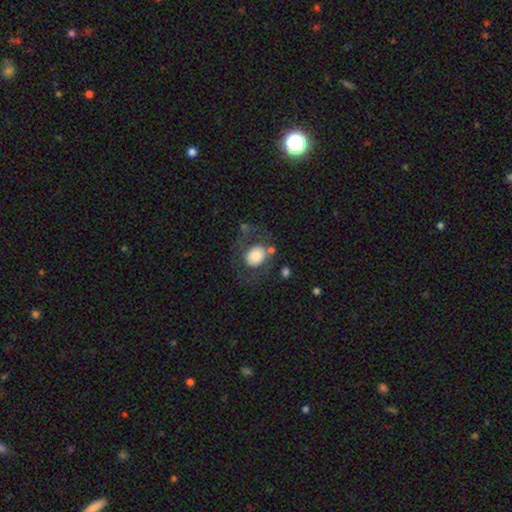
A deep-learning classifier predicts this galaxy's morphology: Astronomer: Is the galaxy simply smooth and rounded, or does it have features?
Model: smooth — 67%.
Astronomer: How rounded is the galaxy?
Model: round — 60% (runner-up: in between, 39%).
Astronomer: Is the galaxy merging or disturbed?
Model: none — 61%.